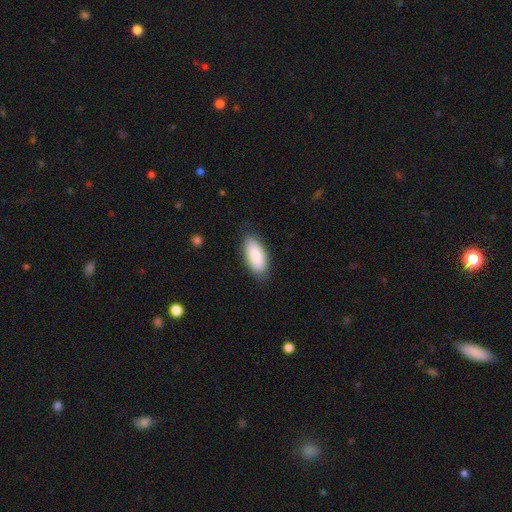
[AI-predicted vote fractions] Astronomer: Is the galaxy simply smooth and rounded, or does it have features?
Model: smooth — 88%.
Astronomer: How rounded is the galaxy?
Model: in between — 89%.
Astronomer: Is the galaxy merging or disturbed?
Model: none — 83%.